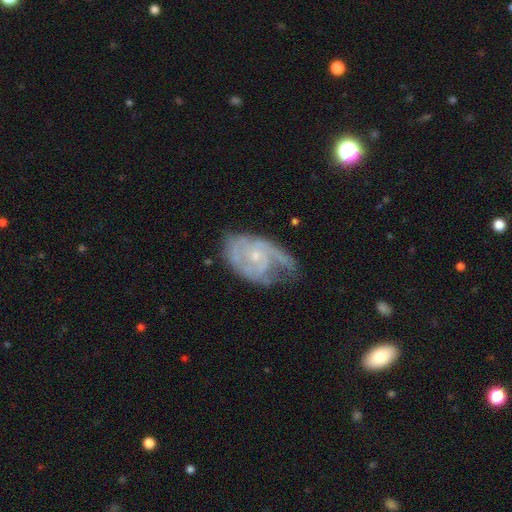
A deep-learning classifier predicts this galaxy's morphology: This is clearly a featured or disk galaxy (81%). It is clearly not viewed edge-on (97%). Bar: likely no (69%). Spiral arm pattern: clearly yes (90%). Spiral arm count: marginally 2 (43%). Spiral winding: possibly tight (46%). Central bulge: likely small (72%). Merging: possibly none (46%).